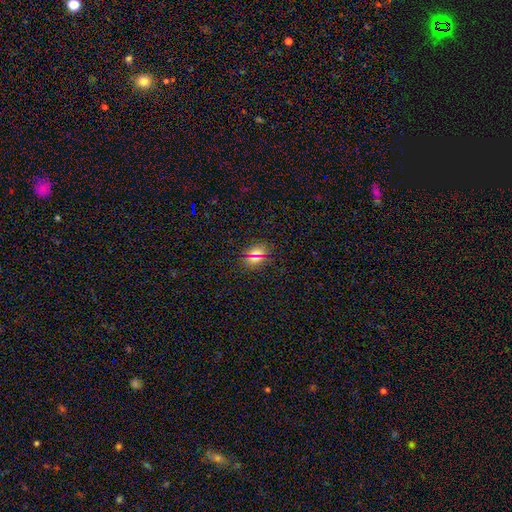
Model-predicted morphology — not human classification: Smooth or featured? Predicted: smooth (p=0.64). How rounded? Predicted: in between (p=0.51). Merging? Predicted: none (p=0.87).